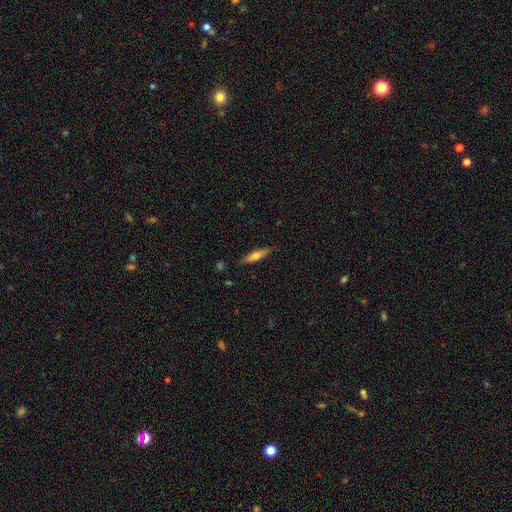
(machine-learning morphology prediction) smooth_or_featured: smooth (p=0.53) [alt: featured or disk p=0.41]
how_rounded: cigar-shaped (p=0.80) [alt: in between p=0.18]
merging: none (p=0.84) [alt: minor disturbance p=0.12]